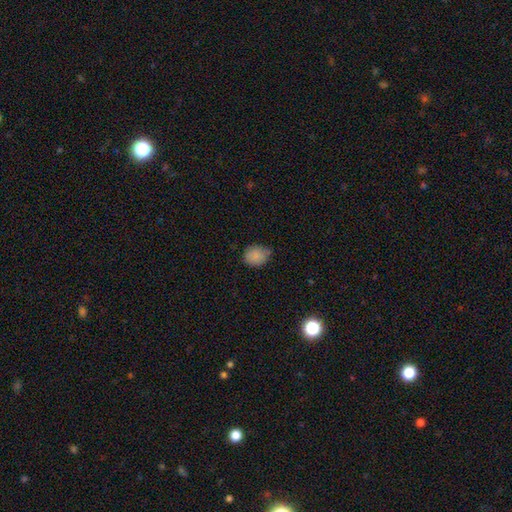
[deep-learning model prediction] Morphology: type=smooth (86%); roundness=round (51%); merging=none (68%).